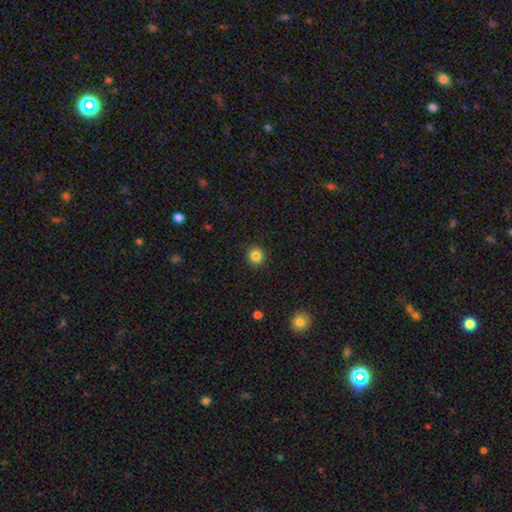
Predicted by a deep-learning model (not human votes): This appears to be a smooth galaxy with no disk features (84%) that is round (93%). Merging: none (92%).